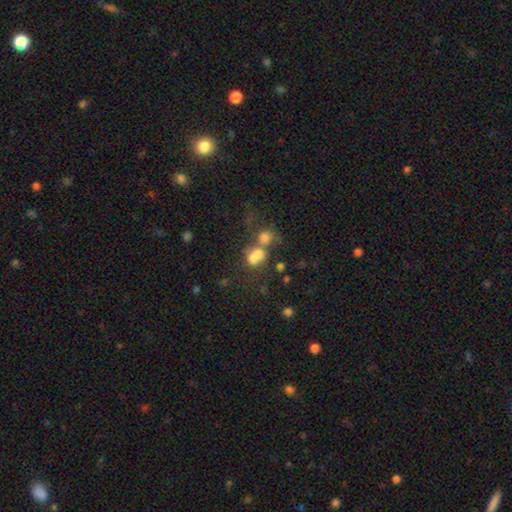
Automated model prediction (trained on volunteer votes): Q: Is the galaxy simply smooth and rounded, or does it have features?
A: smooth — 65%.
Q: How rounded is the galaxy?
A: round — 66%.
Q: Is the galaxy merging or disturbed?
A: merger — 62%.